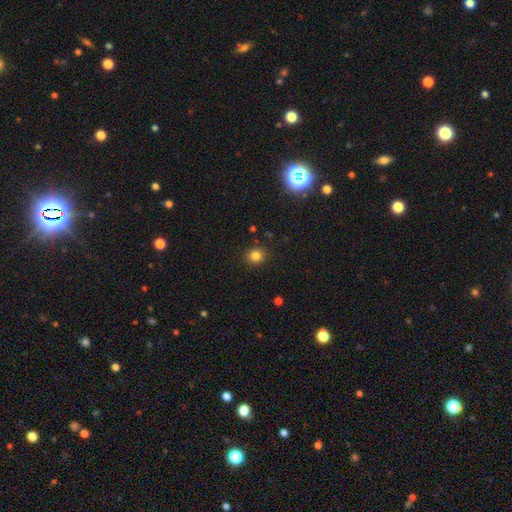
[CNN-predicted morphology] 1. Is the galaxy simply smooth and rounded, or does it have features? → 81% smooth, 14% star or artifact, 5% featured or disk.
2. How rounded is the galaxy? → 87% round, 12% in between, 1% cigar-shaped.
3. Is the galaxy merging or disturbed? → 89% none, 7% minor disturbance, 2% major disturbance, 2% merger.